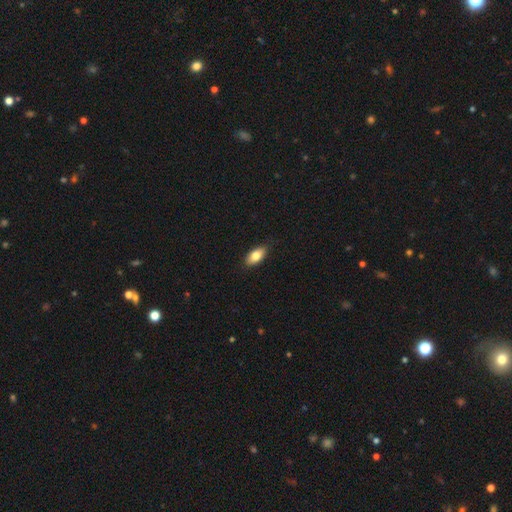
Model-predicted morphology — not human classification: smooth-or-featured: smooth: 80% | featured or disk: 13% | star or artifact: 7%
  how-rounded: in between: 89% | cigar-shaped: 8% | round: 3%
  merging: none: 87% | minor disturbance: 10% | major disturbance: 2% | merger: 1%